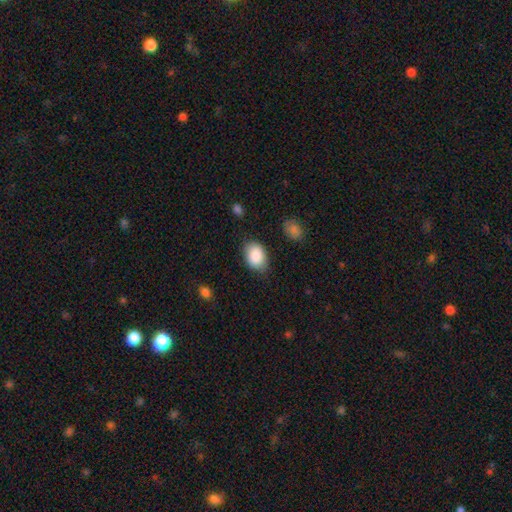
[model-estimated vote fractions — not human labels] Morphology: type=smooth (87%); roundness=in between (82%); merging=none (79%).